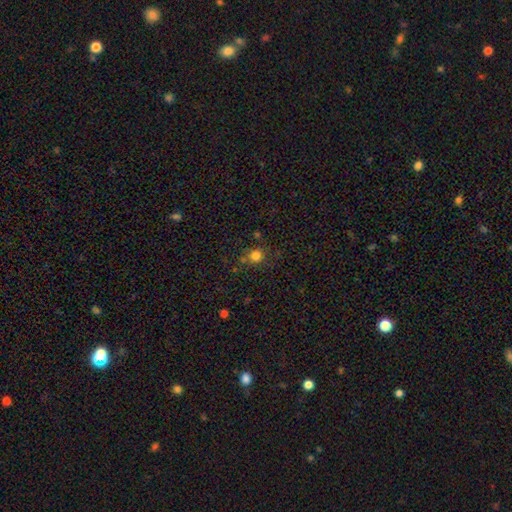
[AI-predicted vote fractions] Q: Smooth or featured?
A: smooth (77%); runner-up: star or artifact (17%)
Q: How rounded?
A: round (84%); runner-up: in between (15%)
Q: Merging?
A: none (70%); runner-up: minor disturbance (17%)